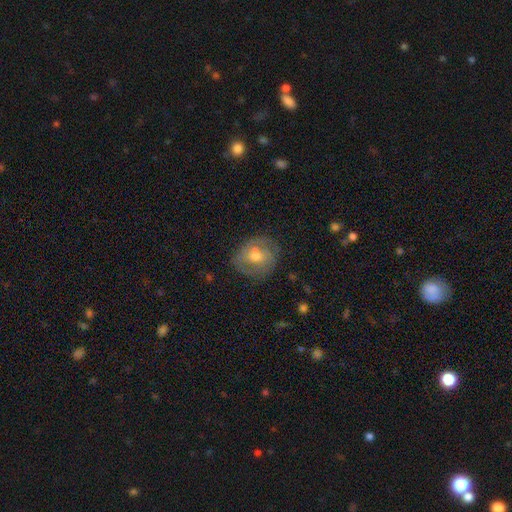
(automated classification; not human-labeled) This is possibly a featured or disk galaxy (49%). Merging: likely none (69%).